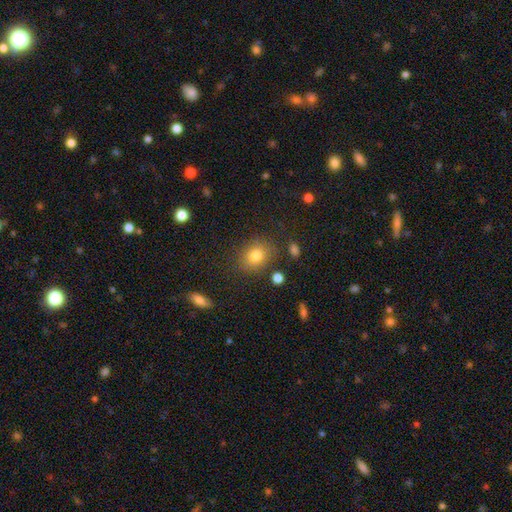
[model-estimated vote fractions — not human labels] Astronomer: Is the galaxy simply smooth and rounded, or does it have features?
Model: smooth — 80%.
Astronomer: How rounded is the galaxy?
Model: round — 54% (runner-up: in between, 45%).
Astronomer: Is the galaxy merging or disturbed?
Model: none — 80%.